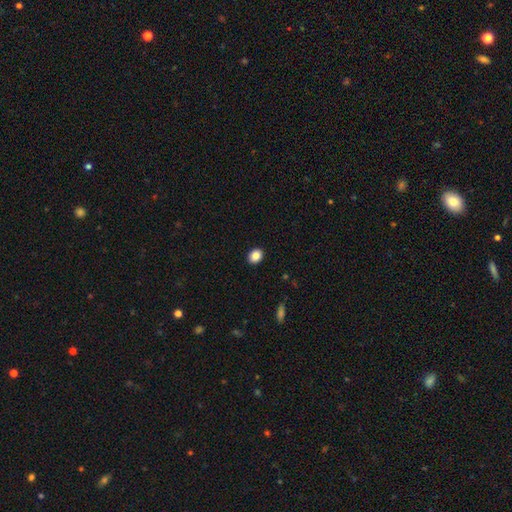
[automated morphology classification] Smooth or featured? smooth (87%)
How rounded? in between (62%)
Merging? none (91%)